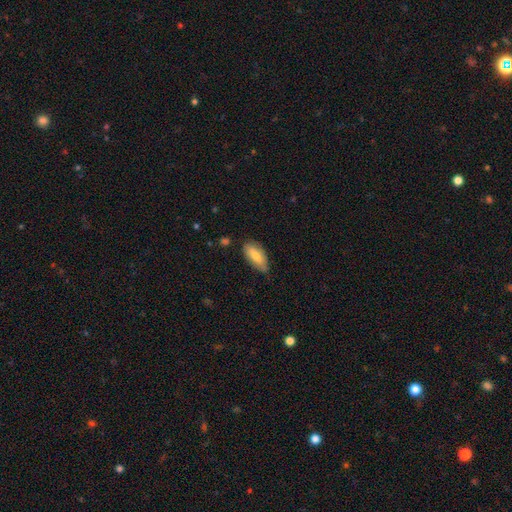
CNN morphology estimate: type=smooth (77%); roundness=in between (84%); merging=none (70%).